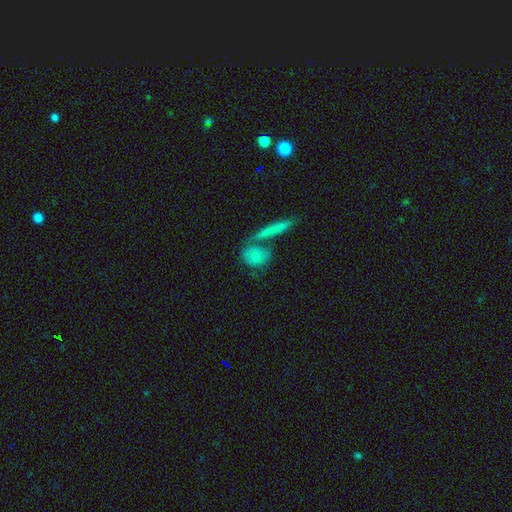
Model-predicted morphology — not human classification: This is possibly a smooth galaxy (59%). How rounded: marginally round (44%). Merging: possibly none (48%).